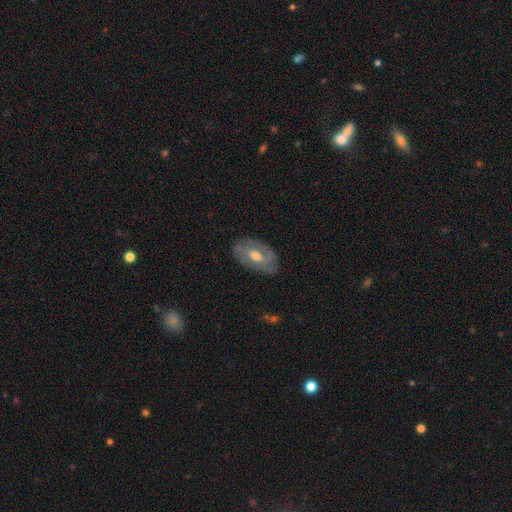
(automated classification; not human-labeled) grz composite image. It shows a featured or disk galaxy (58%) with no bar (49%), spiral arms (56%) and a moderate central bulge (72%). Merging: none (76%).